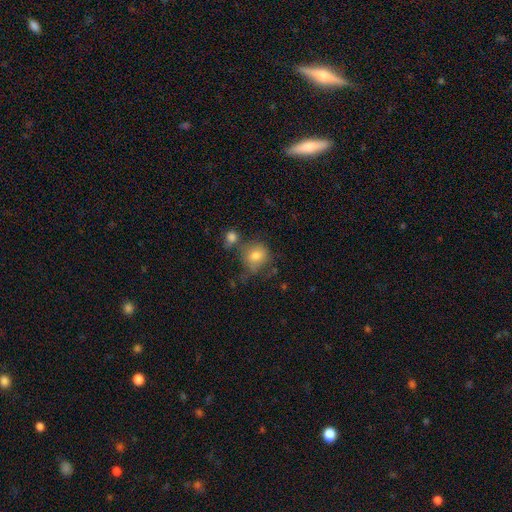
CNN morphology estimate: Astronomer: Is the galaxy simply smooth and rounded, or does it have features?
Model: smooth — 76%.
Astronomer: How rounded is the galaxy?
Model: round — 74%.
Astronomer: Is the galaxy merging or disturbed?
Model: none — 50%.